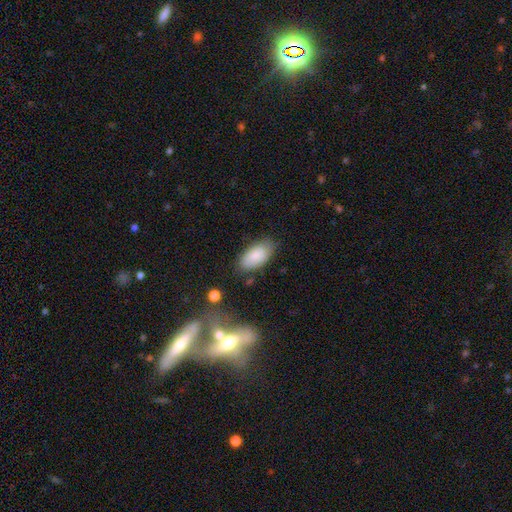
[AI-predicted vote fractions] Q: Smooth or featured?
A: smooth (84%); runner-up: featured or disk (9%)
Q: How rounded?
A: in between (94%); runner-up: cigar-shaped (3%)
Q: Merging?
A: none (75%); runner-up: minor disturbance (18%)